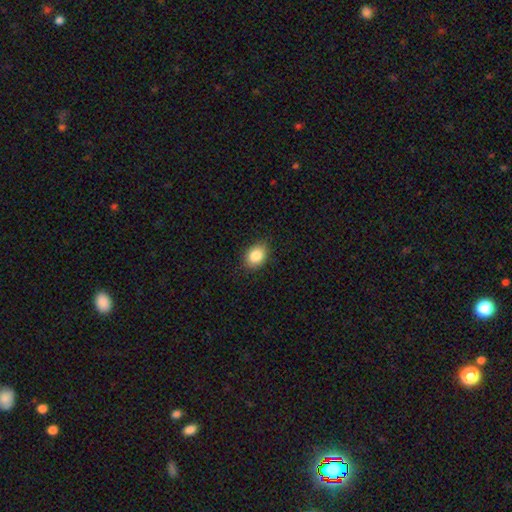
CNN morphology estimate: Smooth or featured? Predicted: smooth (p=0.86). How rounded? Predicted: in between (p=0.66). Merging? Predicted: none (p=0.84).